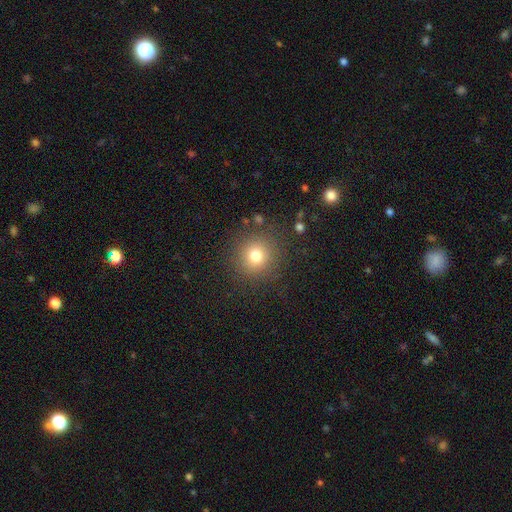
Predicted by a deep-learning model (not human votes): Morphology: type=smooth (76%); roundness=round (93%); merging=none (87%).